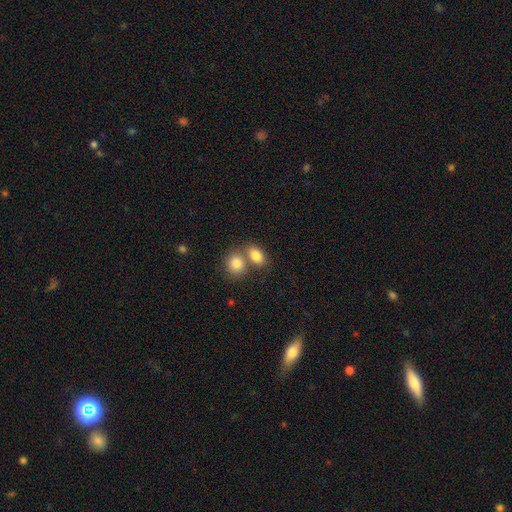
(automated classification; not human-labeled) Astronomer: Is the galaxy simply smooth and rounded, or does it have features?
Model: smooth — 84%.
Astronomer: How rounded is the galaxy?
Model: in between — 77%.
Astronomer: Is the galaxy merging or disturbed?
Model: merger — 48% (runner-up: none, 40%).